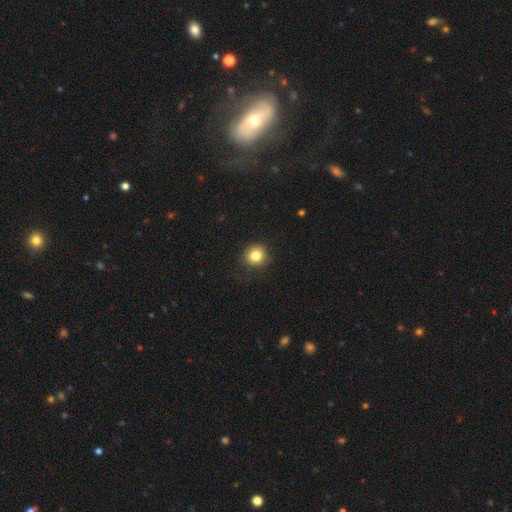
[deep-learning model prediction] smooth-or-featured: smooth: 82% | star or artifact: 11% | featured or disk: 7%
  how-rounded: round: 87% | in between: 13% | cigar-shaped: 1%
  merging: none: 81% | minor disturbance: 14% | major disturbance: 5% | merger: 1%